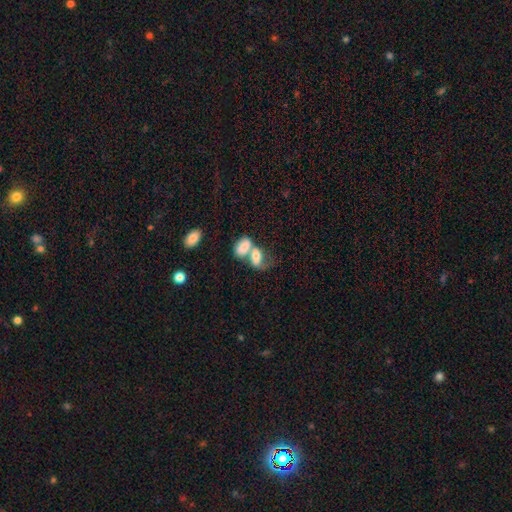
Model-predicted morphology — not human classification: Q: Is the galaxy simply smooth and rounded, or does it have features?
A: smooth — 68%.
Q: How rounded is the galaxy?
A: in between — 87%.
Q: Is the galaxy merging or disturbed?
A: merger — 72%.